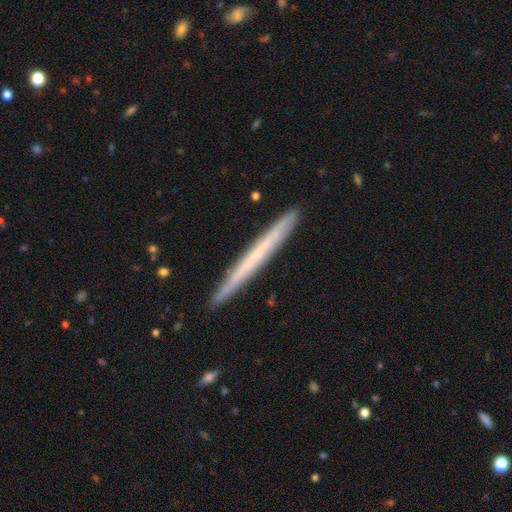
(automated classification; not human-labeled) Smooth or featured: featured or disk — 47% (tied with smooth — 47%)
Merging: none — 92% (minor disturbance — 6%)